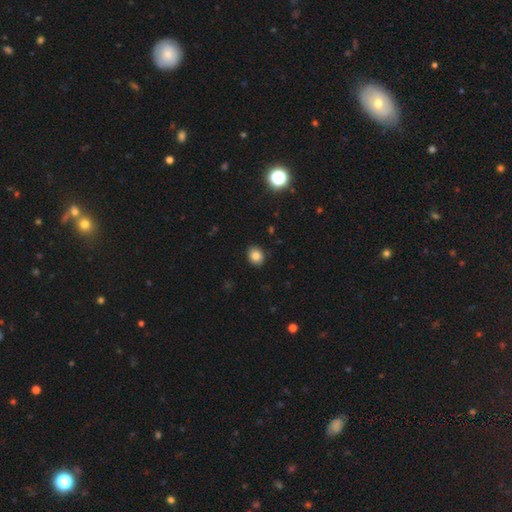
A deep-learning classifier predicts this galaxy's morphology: smooth 83%, star or artifact 11%, featured or disk 7%. Down the decision tree: how rounded — round (57%); merging — none (90%).